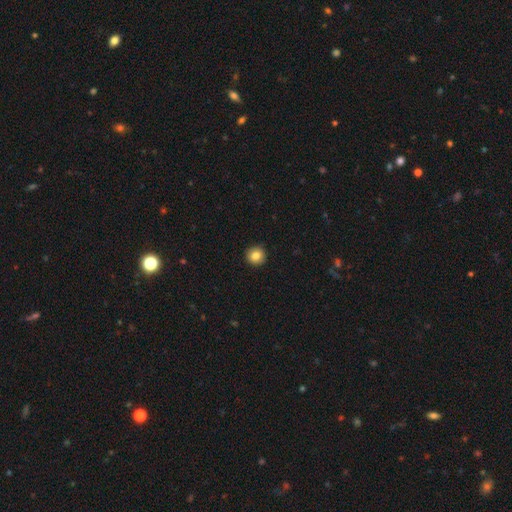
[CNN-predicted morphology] type=smooth (84%); roundness=round (94%); merging=none (93%).